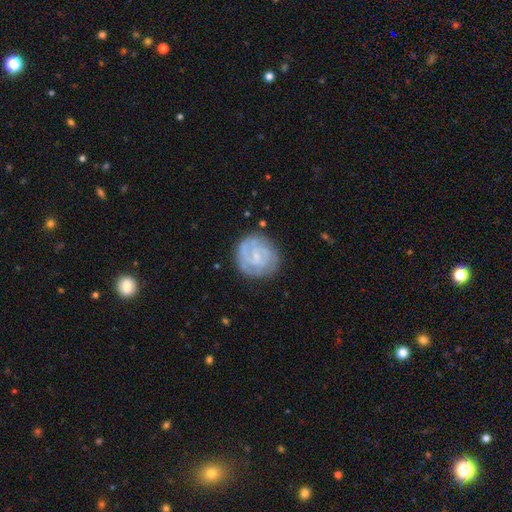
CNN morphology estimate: smooth_or_featured: featured or disk (p=0.79) [alt: smooth p=0.15]
disk_edge_on: no (p=0.98) [alt: yes p=0.02]
bar: weak (p=0.48) [alt: no p=0.43]
has_spiral_arms: yes (p=0.94) [alt: no p=0.06]
spiral_winding: tight (p=0.67) [alt: medium p=0.27]
spiral_arm_count: 2 (p=0.46) [alt: can't tell p=0.22]
bulge_size: small (p=0.67) [alt: none p=0.17]
merging: none (p=0.80) [alt: minor disturbance p=0.14]